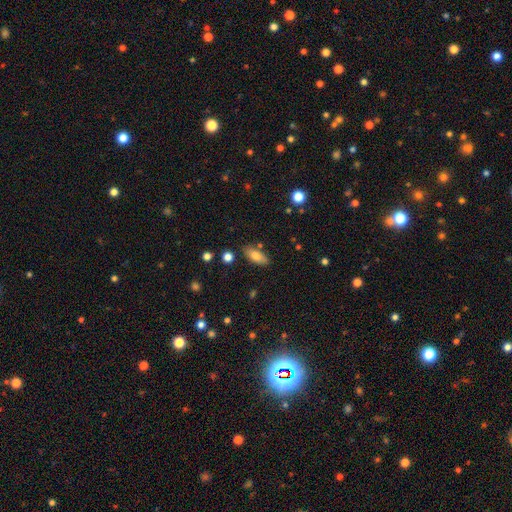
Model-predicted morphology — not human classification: Smooth or featured? Predicted: smooth (p=0.78). How rounded? Predicted: in between (p=0.85). Merging? Predicted: none (p=0.81).